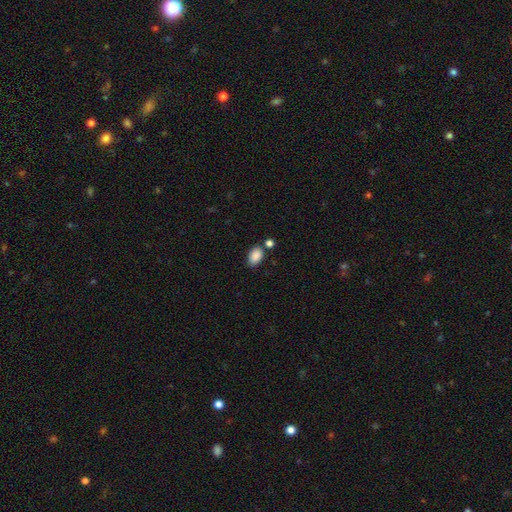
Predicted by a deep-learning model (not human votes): smooth 88%, star or artifact 8%, featured or disk 4%. Down the decision tree: how rounded — in between (88%); merging — none (72%).